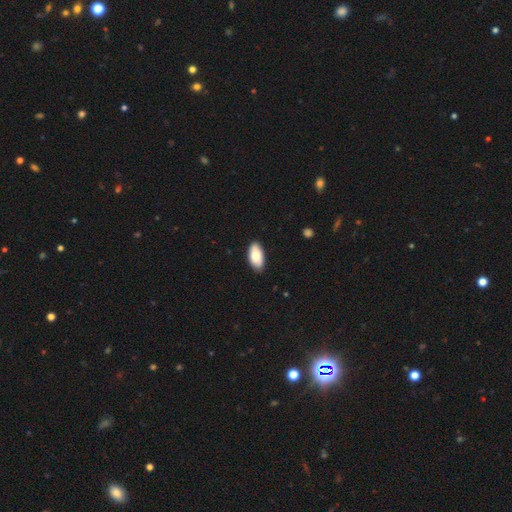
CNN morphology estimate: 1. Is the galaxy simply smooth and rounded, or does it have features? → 83% smooth, 12% featured or disk, 6% star or artifact.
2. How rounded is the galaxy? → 94% in between, 4% cigar-shaped, 2% round.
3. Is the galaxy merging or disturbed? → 85% none, 12% minor disturbance, 2% major disturbance, 1% merger.